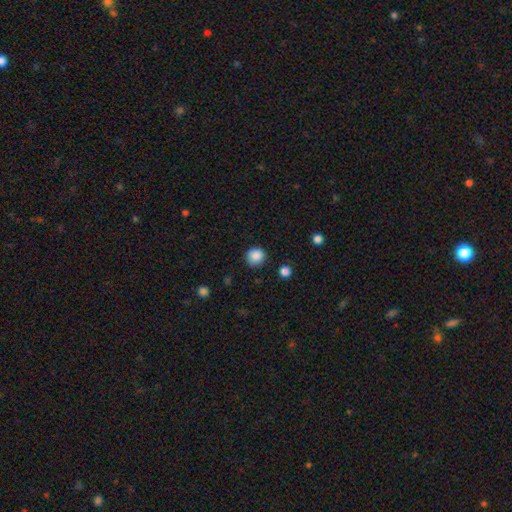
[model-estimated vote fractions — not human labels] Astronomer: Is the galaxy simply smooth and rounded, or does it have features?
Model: smooth — 87%.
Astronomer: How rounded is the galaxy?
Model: round — 93%.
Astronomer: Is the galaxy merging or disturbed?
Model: none — 86%.